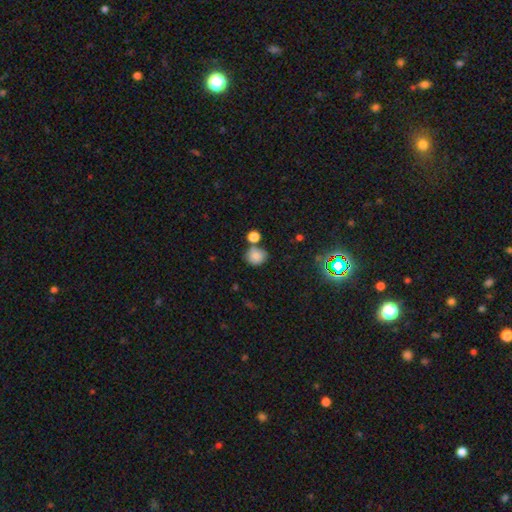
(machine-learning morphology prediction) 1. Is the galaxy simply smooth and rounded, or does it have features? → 80% smooth, 12% star or artifact, 8% featured or disk.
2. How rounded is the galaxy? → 78% round, 21% in between, 1% cigar-shaped.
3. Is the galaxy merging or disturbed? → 62% none, 23% merger, 11% minor disturbance, 4% major disturbance.